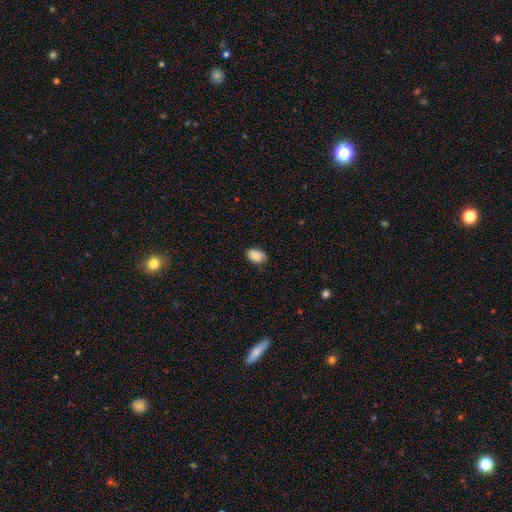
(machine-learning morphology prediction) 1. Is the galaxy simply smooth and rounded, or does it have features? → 88% smooth, 7% star or artifact, 4% featured or disk.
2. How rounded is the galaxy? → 87% in between, 12% round, 1% cigar-shaped.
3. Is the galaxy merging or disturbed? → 82% none, 15% minor disturbance, 2% major disturbance, 1% merger.